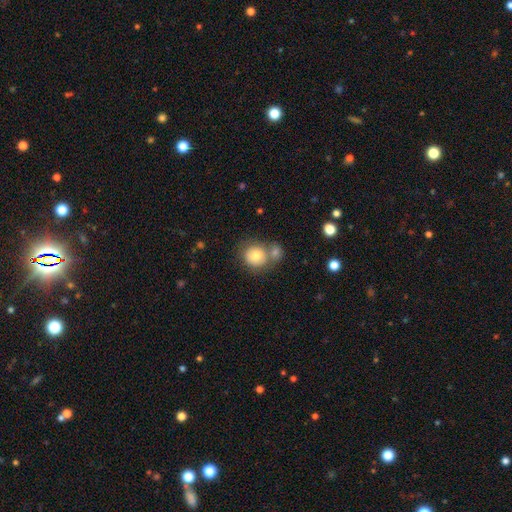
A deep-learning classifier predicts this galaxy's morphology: Smooth or featured? Predicted: smooth (p=0.79). How rounded? Predicted: round (p=0.85). Merging? Predicted: none (p=0.48).